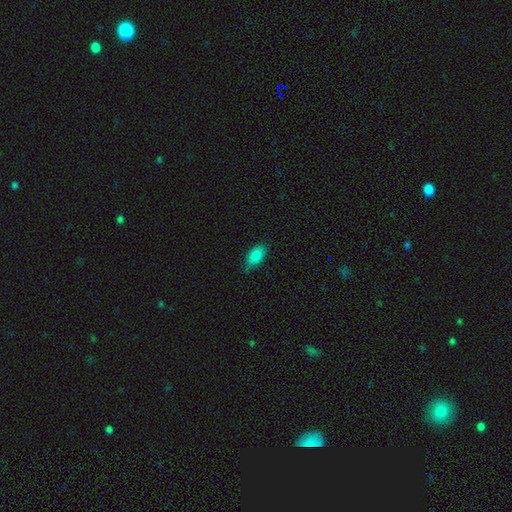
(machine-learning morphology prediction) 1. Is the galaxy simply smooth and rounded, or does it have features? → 84% smooth, 8% featured or disk, 8% star or artifact.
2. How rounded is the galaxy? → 91% in between, 5% round, 4% cigar-shaped.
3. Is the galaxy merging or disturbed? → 73% none, 22% minor disturbance, 3% major disturbance, 1% merger.